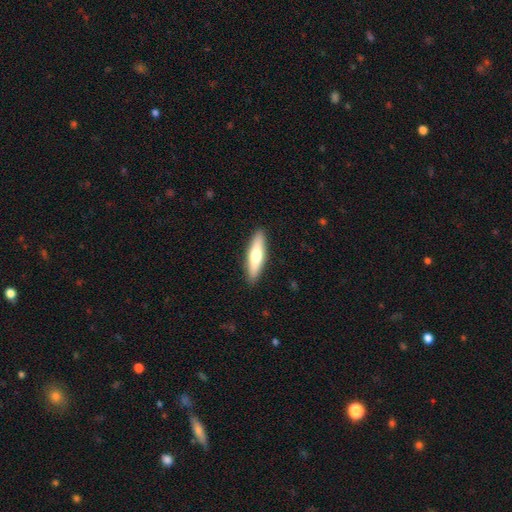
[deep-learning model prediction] This appears to be a smooth galaxy with no disk features (59%) that is cigar-shaped (71%). Merging: none (90%).